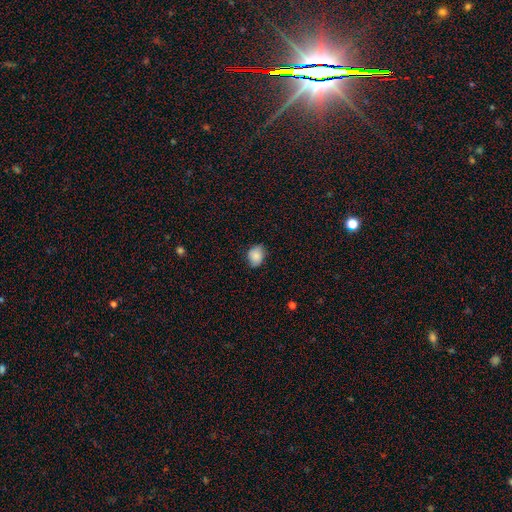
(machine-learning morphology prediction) Overall: smooth (83%). How rounded: in between (51%; round 48%). Merging: none (77%).